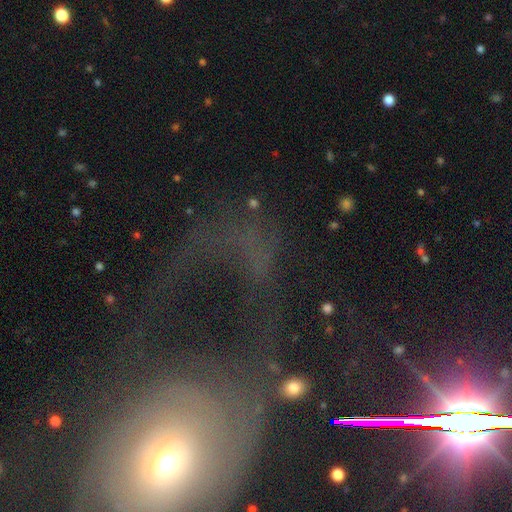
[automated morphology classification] featured or disk 44%, star or artifact 34%, smooth 22%. Down the decision tree: merging — none (41%).